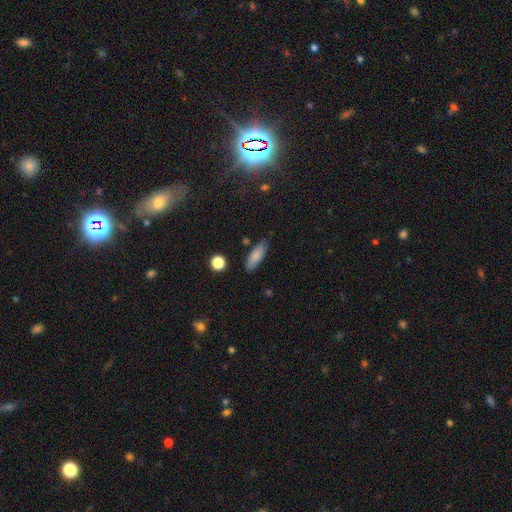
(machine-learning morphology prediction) Overall: smooth (84%). How rounded: in between (58%; cigar-shaped 40%). Merging: none (81%).